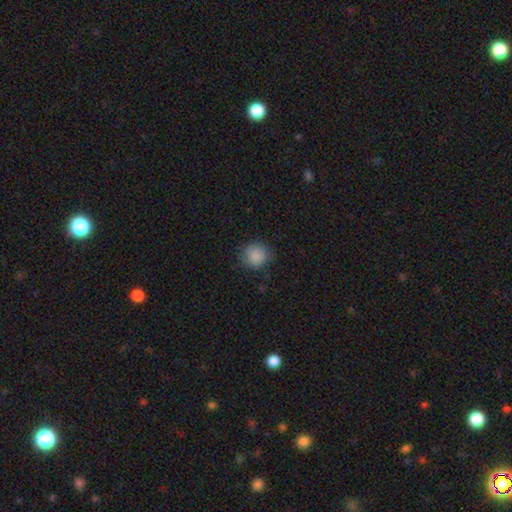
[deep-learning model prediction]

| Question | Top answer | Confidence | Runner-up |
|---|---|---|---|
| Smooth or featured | smooth | 88% | star or artifact (9%) |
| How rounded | round | 89% | in between (10%) |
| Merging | none | 84% | minor disturbance (12%) |